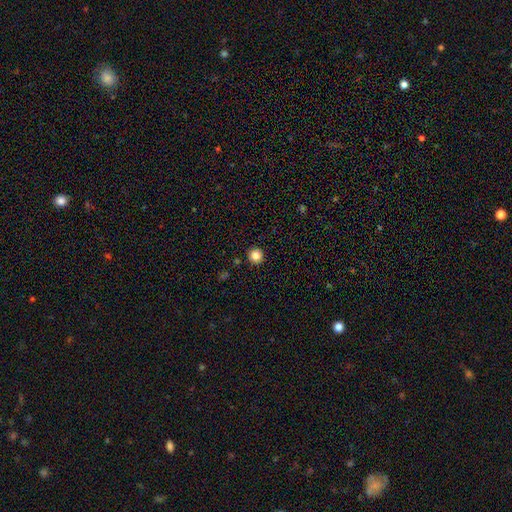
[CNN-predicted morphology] A smooth galaxy with no disk features (84%) that is round (95%). Merging: none (93%).